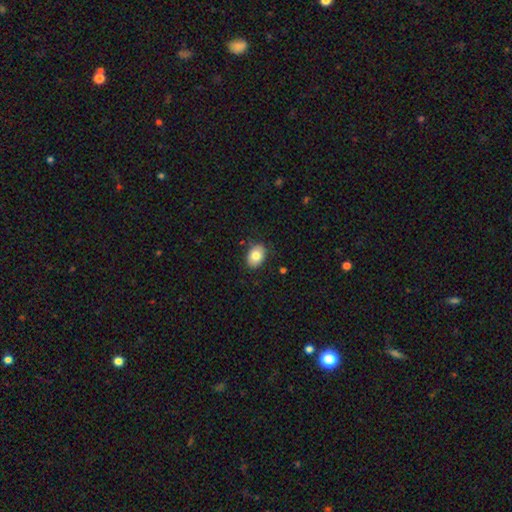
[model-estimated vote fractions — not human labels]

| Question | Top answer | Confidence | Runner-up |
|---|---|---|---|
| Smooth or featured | smooth | 81% | featured or disk (11%) |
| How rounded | in between | 81% | round (18%) |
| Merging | none | 84% | minor disturbance (12%) |